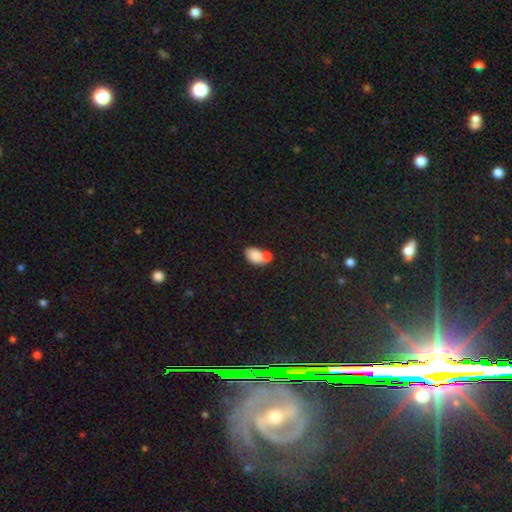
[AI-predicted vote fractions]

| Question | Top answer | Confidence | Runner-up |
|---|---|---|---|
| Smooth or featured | smooth | 81% | featured or disk (11%) |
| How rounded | in between | 87% | round (12%) |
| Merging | merger | 48% | none (33%) |